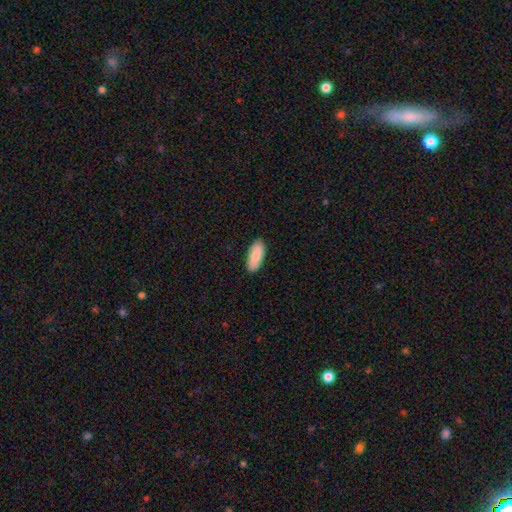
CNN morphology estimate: smooth-or-featured: smooth: 87% | featured or disk: 8% | star or artifact: 5%
  how-rounded: in between: 81% | cigar-shaped: 17% | round: 2%
  merging: none: 90% | minor disturbance: 8% | major disturbance: 2% | merger: 1%